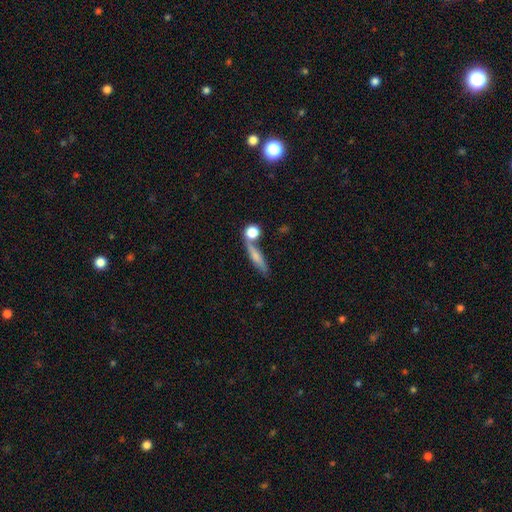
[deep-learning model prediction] This appears to be a smooth galaxy with no disk features (61%) that is cigar-shaped (71%). Merging: none (60%).